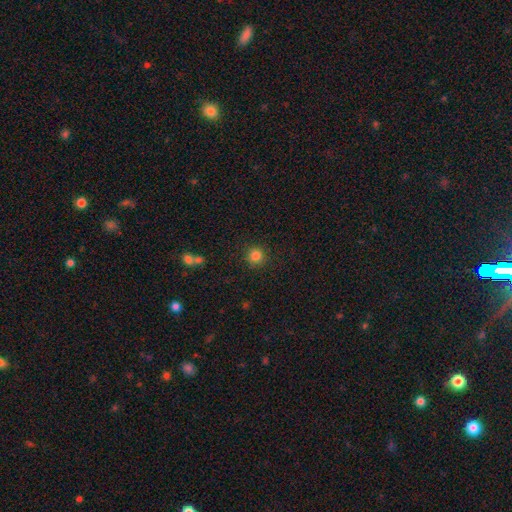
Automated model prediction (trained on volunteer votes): A smooth galaxy with no disk features (83%) that is round (94%).

Vote fractions:
- Smooth or featured? smooth: 83% / star or artifact: 12% / featured or disk: 5%
- How rounded? round: 94% / in between: 5% / cigar-shaped: 1%
- Merging? none: 90% / minor disturbance: 6% / major disturbance: 2% / merger: 2%